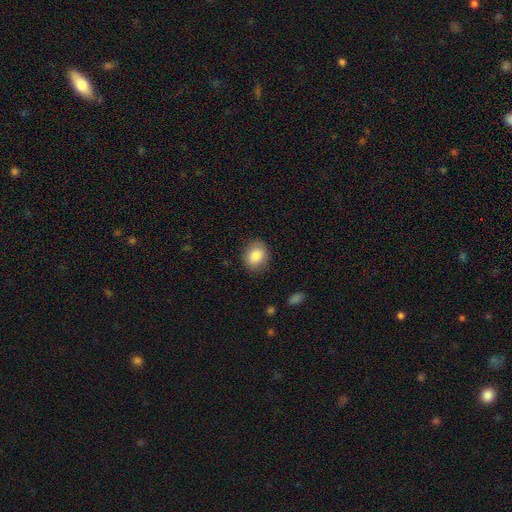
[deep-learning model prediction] A smooth galaxy with no disk features (84%) that is round (64%). Merging: none (86%).